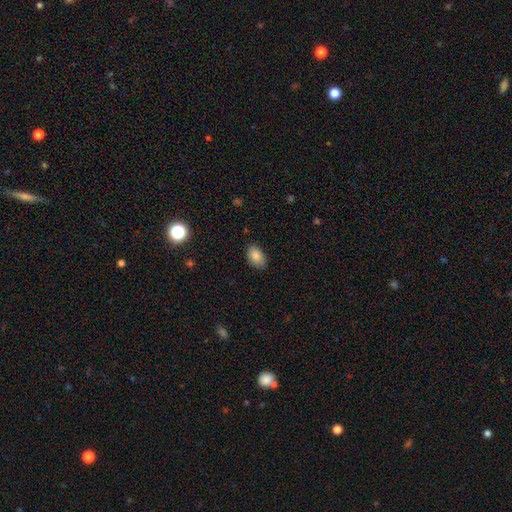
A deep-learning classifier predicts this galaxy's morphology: smooth_or_featured: smooth (p=0.86) [alt: star or artifact p=0.08]
how_rounded: in between (p=0.89) [alt: round p=0.10]
merging: none (p=0.80) [alt: minor disturbance p=0.16]